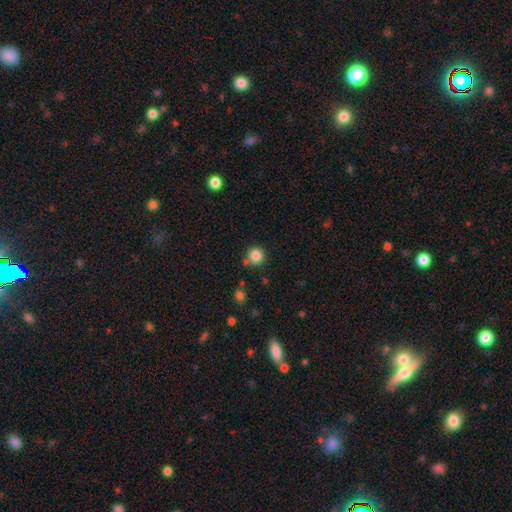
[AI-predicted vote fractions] Smooth or featured? smooth (84%)
How rounded? round (94%)
Merging? none (81%)